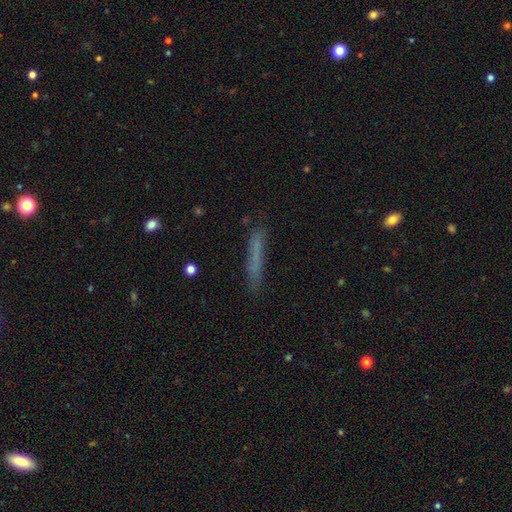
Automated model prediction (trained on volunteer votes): This appears to be a smooth galaxy with no disk features (65%) that is cigar-shaped (94%). Merging: none (79%).